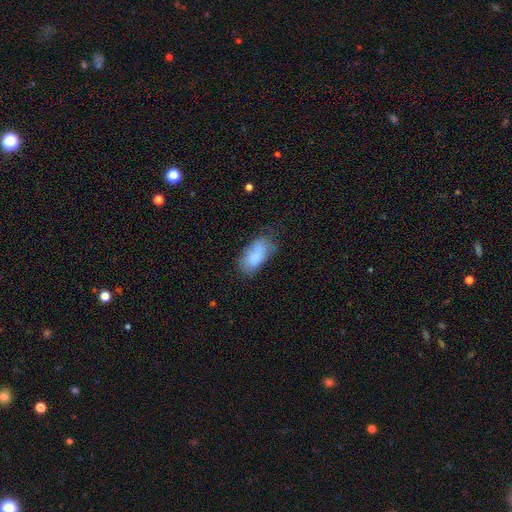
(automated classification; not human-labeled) Smooth or featured: smooth — 83% (featured or disk — 10%)
How rounded: in between — 93% (cigar-shaped — 4%)
Merging: none — 53% (minor disturbance — 32%)